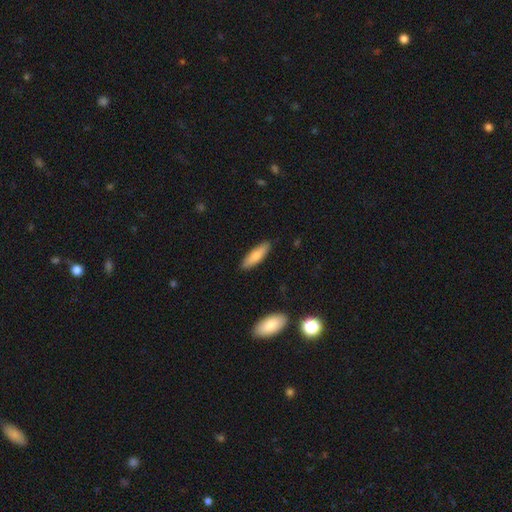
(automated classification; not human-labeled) A smooth galaxy with no disk features (79%) that is cigar-shaped (56%).

Vote fractions:
- Smooth or featured? smooth: 79% / featured or disk: 16% / star or artifact: 6%
- How rounded? cigar-shaped: 56% / in between: 42% / round: 2%
- Merging? none: 88% / minor disturbance: 9% / major disturbance: 2% / merger: 1%